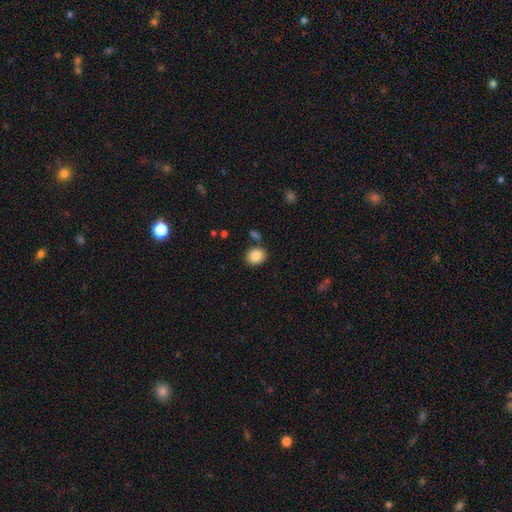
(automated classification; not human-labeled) smooth_or_featured: smooth (p=0.85) [alt: star or artifact p=0.09]
how_rounded: round (p=0.58) [alt: in between p=0.41]
merging: none (p=0.83) [alt: minor disturbance p=0.09]